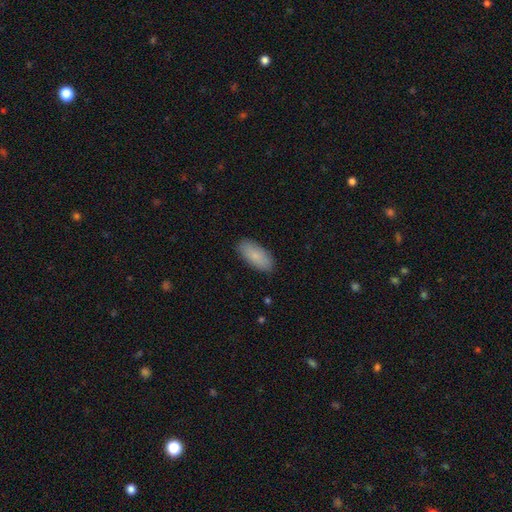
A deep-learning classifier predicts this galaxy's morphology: Smooth or featured: smooth — 84% (featured or disk — 9%)
How rounded: in between — 88% (cigar-shaped — 10%)
Merging: none — 88% (minor disturbance — 9%)